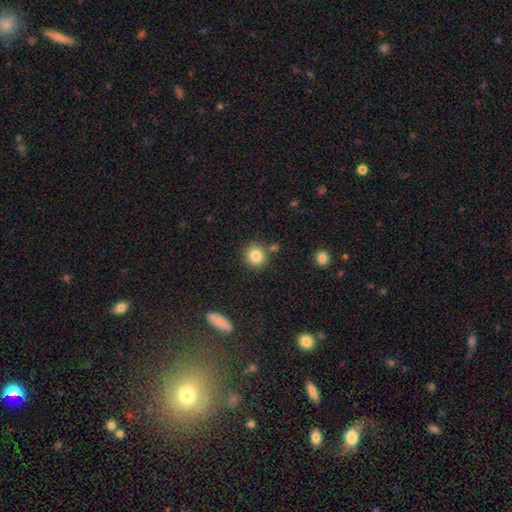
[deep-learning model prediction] smooth-or-featured: smooth: 84% | star or artifact: 9% | featured or disk: 6%
  how-rounded: round: 85% | in between: 14% | cigar-shaped: 1%
  merging: none: 82% | minor disturbance: 9% | merger: 7% | major disturbance: 3%